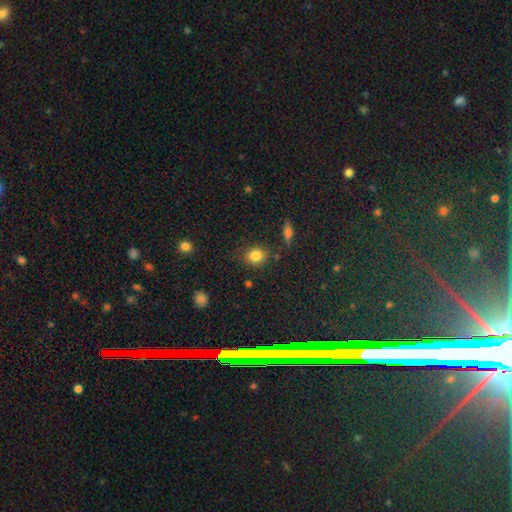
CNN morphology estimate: type=smooth (84%); roundness=round (70%); merging=none (81%).